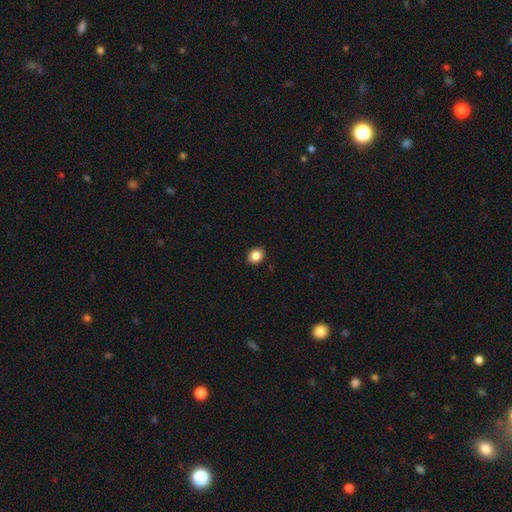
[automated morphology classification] Smooth or featured? smooth (85%)
How rounded? round (63%)
Merging? none (91%)